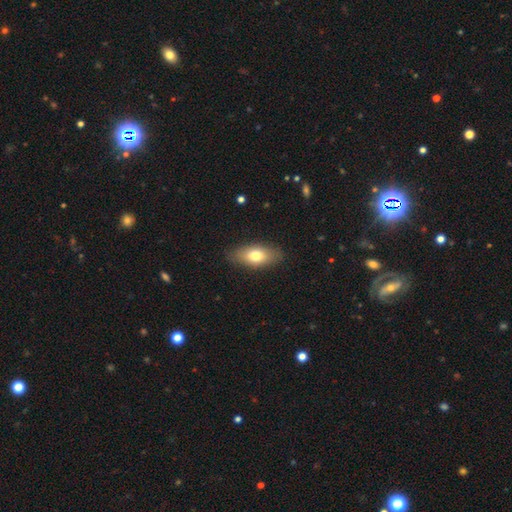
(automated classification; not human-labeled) smooth_or_featured: smooth (p=0.75) [alt: featured or disk p=0.18]
how_rounded: in between (p=0.87) [alt: cigar-shaped p=0.08]
merging: none (p=0.85) [alt: minor disturbance p=0.12]